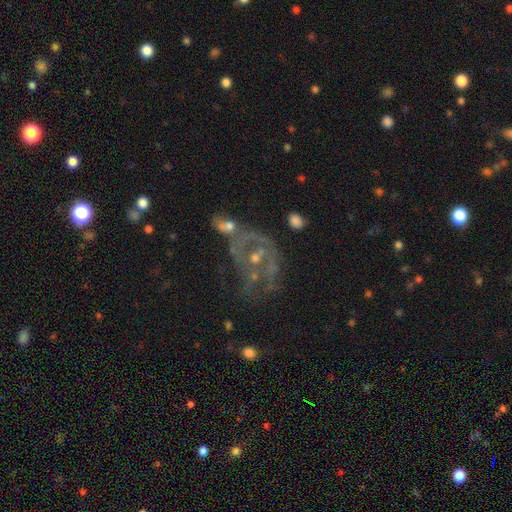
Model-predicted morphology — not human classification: This appears to be a featured or disk galaxy (69%) with no bar (73%), spiral arms (51%) and a small central bulge (48%). Merging: major disturbance (31%).